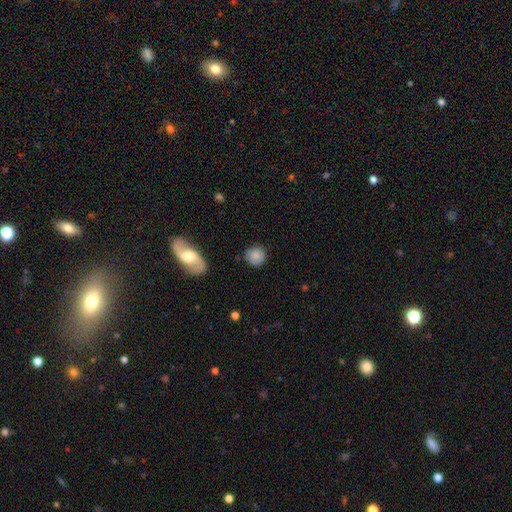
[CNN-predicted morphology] Q: Smooth or featured?
A: smooth (81%); runner-up: featured or disk (11%)
Q: How rounded?
A: round (86%); runner-up: in between (13%)
Q: Merging?
A: none (80%); runner-up: minor disturbance (14%)